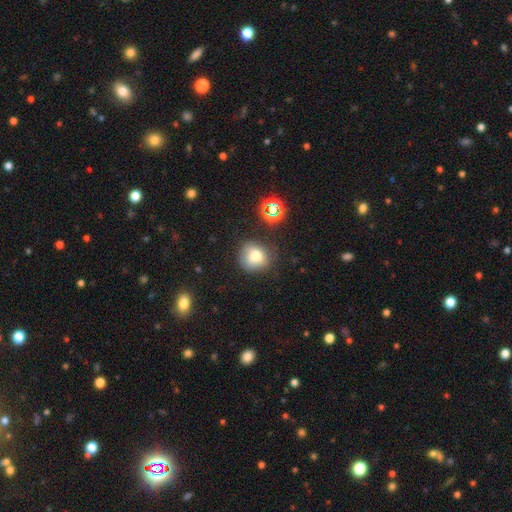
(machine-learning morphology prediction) Smooth or featured: smooth — 73% (star or artifact — 15%)
How rounded: round — 81% (in between — 18%)
Merging: none — 68% (minor disturbance — 22%)